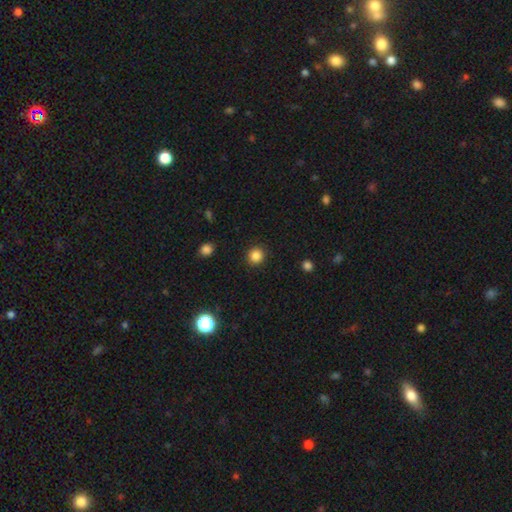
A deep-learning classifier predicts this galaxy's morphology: The model was most divided on "smooth or featured": smooth: 85%, star or artifact: 11%, featured or disk: 3%. More confident: how rounded — round (92%); merging — none (91%).